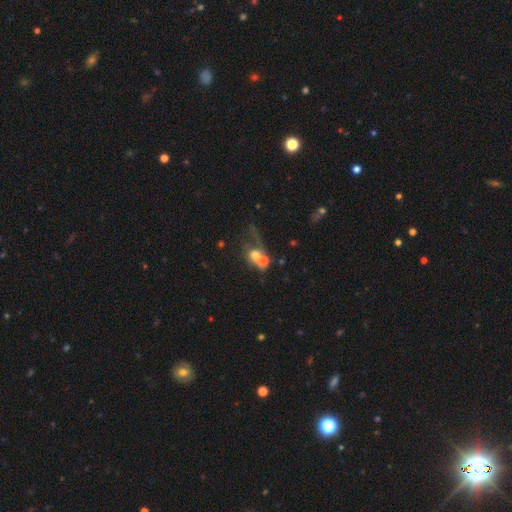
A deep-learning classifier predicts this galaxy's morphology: smooth-or-featured: smooth: 60% | featured or disk: 26% | star or artifact: 14%
  how-rounded: round: 59% | in between: 38% | cigar-shaped: 2%
  merging: merger: 55% | none: 20% | major disturbance: 16% | minor disturbance: 9%